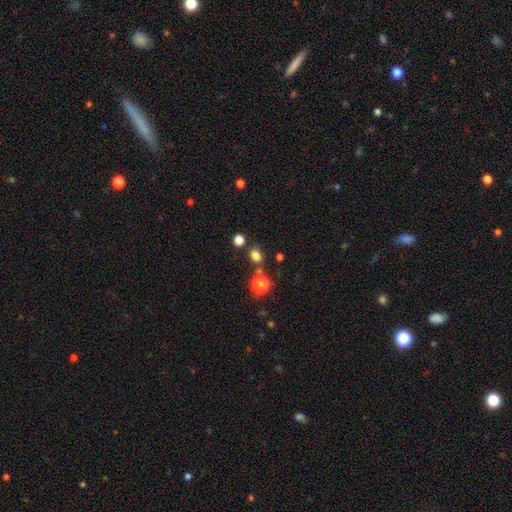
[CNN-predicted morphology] A smooth galaxy with no disk features (78%) that is round (53%). Merging: none (75%).